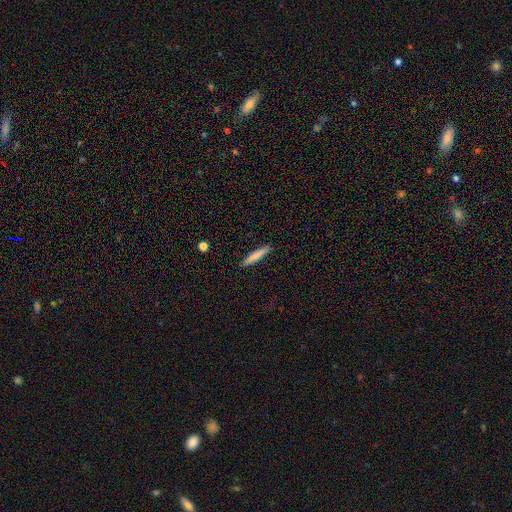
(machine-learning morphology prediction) smooth_or_featured: smooth (p=0.76) [alt: featured or disk p=0.18]
how_rounded: cigar-shaped (p=0.94) [alt: in between p=0.05]
merging: none (p=0.92) [alt: minor disturbance p=0.06]